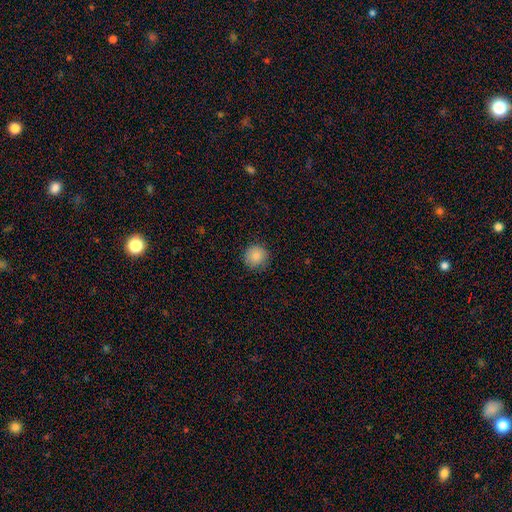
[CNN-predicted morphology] smooth-or-featured: smooth: 86% | star or artifact: 9% | featured or disk: 5%
  how-rounded: round: 94% | in between: 5% | cigar-shaped: 1%
  merging: none: 87% | minor disturbance: 10% | major disturbance: 2% | merger: 1%